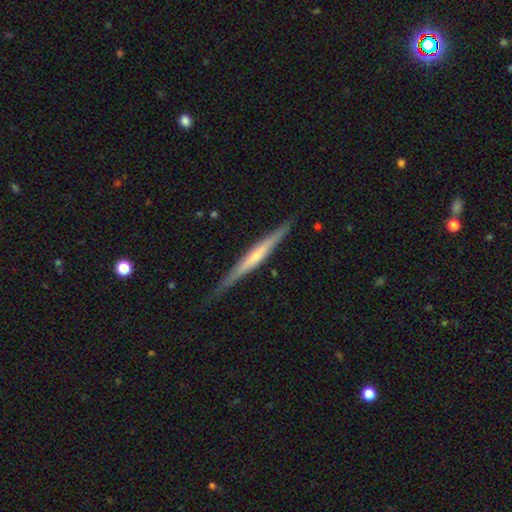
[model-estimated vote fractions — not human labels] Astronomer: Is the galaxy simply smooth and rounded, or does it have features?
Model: featured or disk — 68%.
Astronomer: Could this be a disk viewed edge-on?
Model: yes — 97%.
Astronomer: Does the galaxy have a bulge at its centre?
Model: rounded — 49% (runner-up: none, 44%).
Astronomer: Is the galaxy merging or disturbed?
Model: none — 86%.